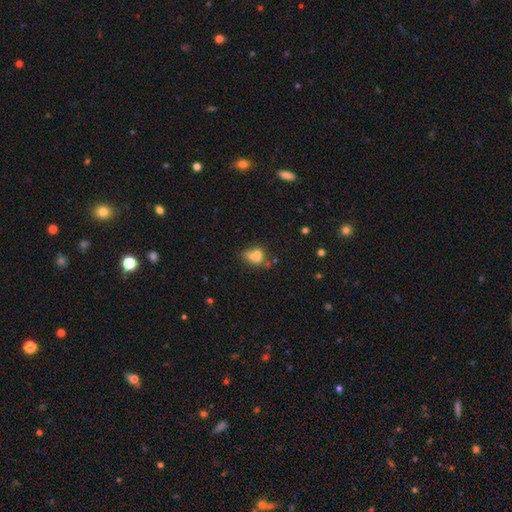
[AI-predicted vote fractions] Smooth or featured? Predicted: smooth (p=0.65). How rounded? Predicted: in between (p=0.64). Merging? Predicted: merger (p=0.33).